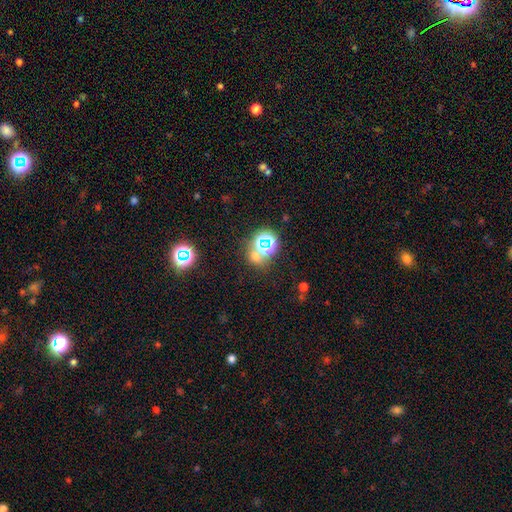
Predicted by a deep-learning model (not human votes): This is possibly a star or artifact rather than a galaxy (52%).